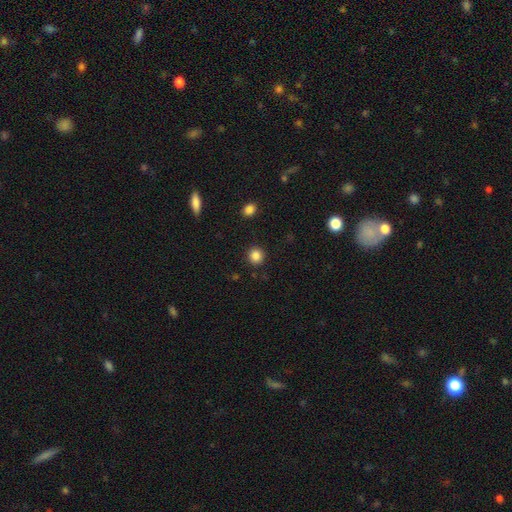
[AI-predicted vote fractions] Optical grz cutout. It shows a smooth galaxy with no disk features (85%) that is round (92%). Merging: none (91%).